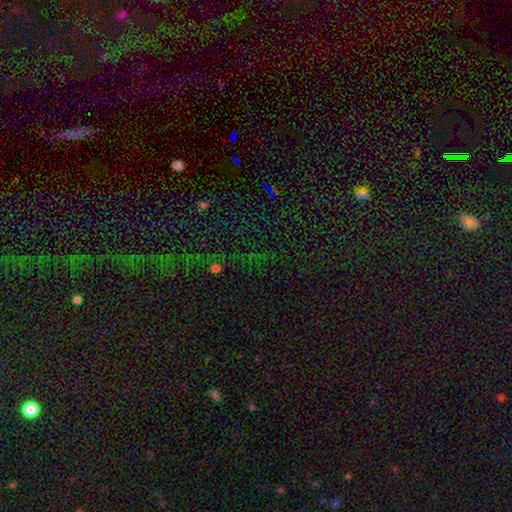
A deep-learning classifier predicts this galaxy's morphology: Smooth or featured?
  - star or artifact: 78% *
  - smooth: 14%
  - featured or disk: 9%